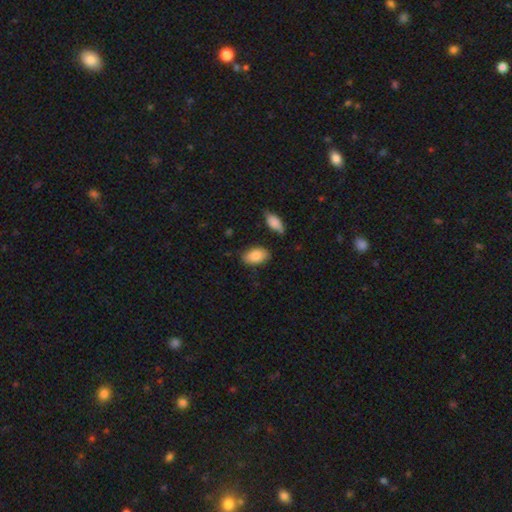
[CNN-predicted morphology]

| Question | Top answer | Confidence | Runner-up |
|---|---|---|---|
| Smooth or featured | smooth | 87% | featured or disk (7%) |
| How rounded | in between | 92% | round (6%) |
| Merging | none | 77% | minor disturbance (16%) |